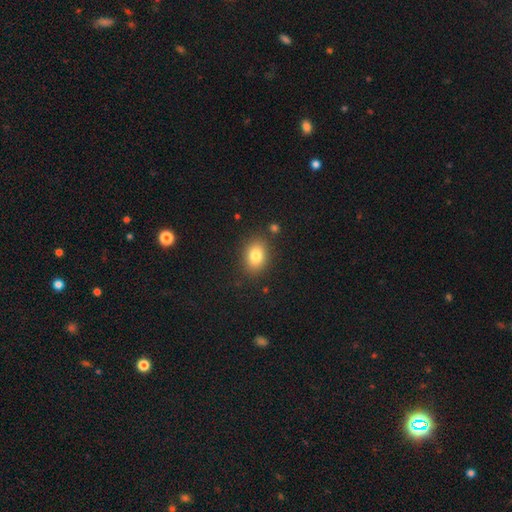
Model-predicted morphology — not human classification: Smooth or featured? smooth (81%)
How rounded? in between (70%)
Merging? none (85%)